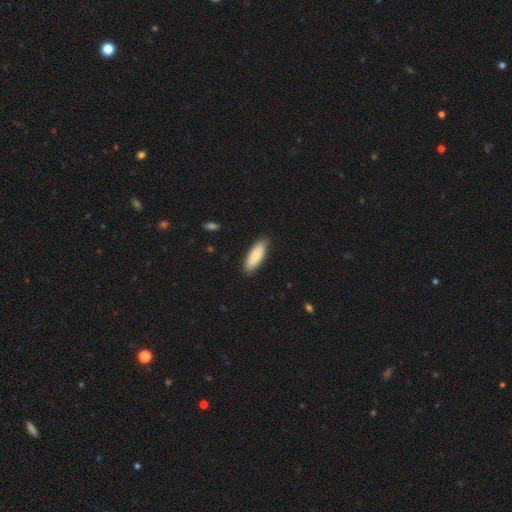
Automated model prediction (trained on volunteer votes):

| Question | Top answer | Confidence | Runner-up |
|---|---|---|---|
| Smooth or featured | smooth | 76% | featured or disk (18%) |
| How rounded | in between | 71% | cigar-shaped (27%) |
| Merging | none | 84% | minor disturbance (13%) |